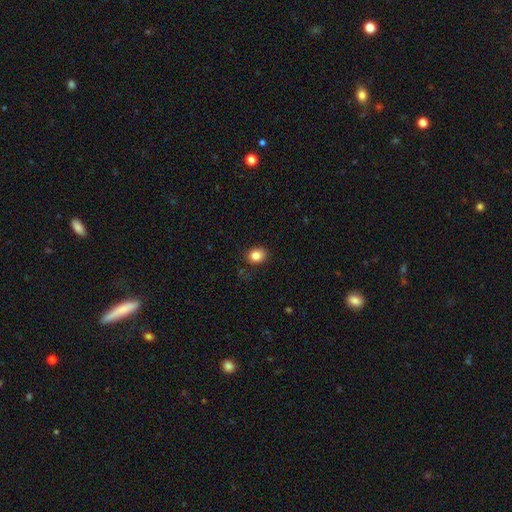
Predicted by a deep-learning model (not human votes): This appears to be a smooth galaxy with no disk features (84%) that is round (61%). Merging: none (87%).